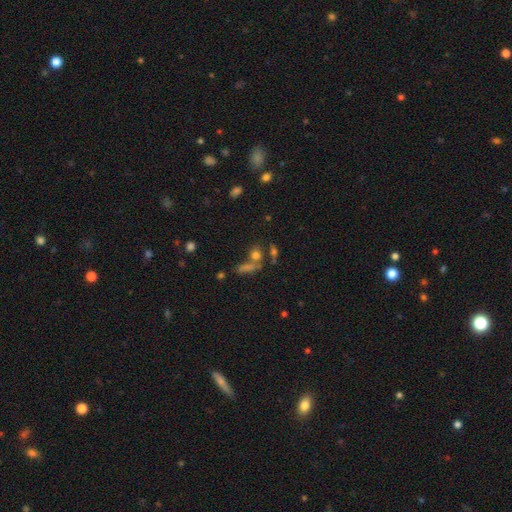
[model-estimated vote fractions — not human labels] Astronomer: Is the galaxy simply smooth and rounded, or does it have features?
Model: smooth — 69%.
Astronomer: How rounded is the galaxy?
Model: in between — 46% (runner-up: round, 37%).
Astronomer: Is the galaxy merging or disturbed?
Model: none — 52% (runner-up: merger, 30%).